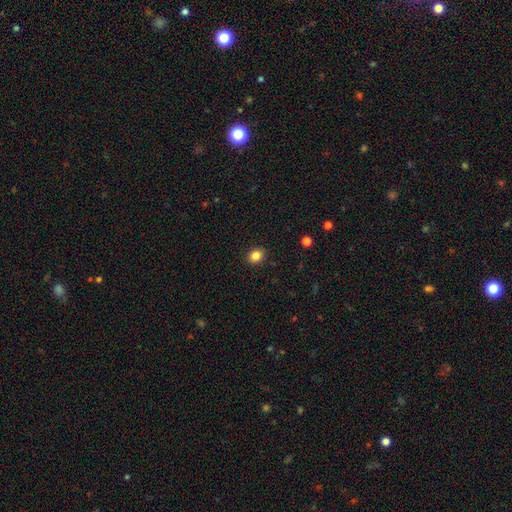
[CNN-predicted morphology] A smooth galaxy with no disk features (84%) that is round (64%).

Vote fractions:
- Smooth or featured? smooth: 84% / star or artifact: 11% / featured or disk: 5%
- How rounded? round: 64% / in between: 35% / cigar-shaped: 1%
- Merging? none: 91% / minor disturbance: 6% / major disturbance: 2% / merger: 1%